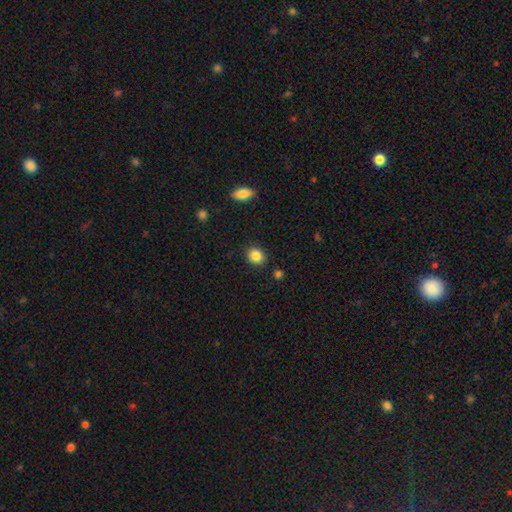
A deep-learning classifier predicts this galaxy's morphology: smooth-or-featured: smooth: 85% | star or artifact: 10% | featured or disk: 5%
  how-rounded: round: 63% | in between: 36% | cigar-shaped: 1%
  merging: none: 89% | minor disturbance: 8% | major disturbance: 2% | merger: 2%